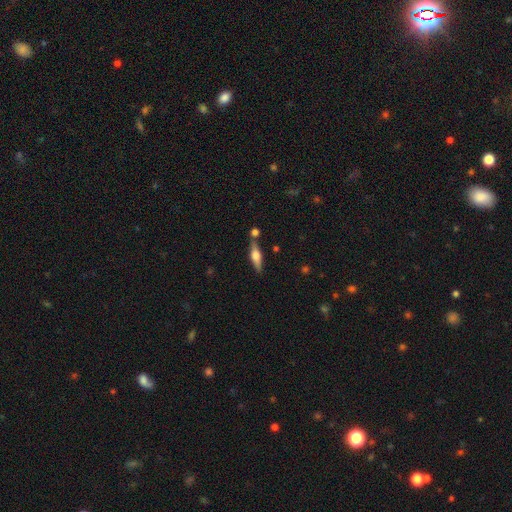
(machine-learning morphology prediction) smooth_or_featured: featured or disk (p=0.56) [alt: smooth p=0.37]
disk_edge_on: yes (p=0.95) [alt: no p=0.05]
edge_on_bulge: rounded (p=0.87) [alt: boxy p=0.10]
merging: none (p=0.75) [alt: minor disturbance p=0.12]